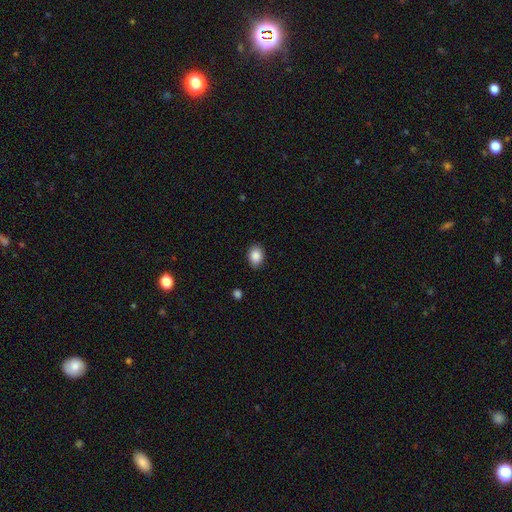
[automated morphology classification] A smooth galaxy with no disk features (88%) that is in between round and cigar-shaped (71%).

Vote fractions:
- Smooth or featured? smooth: 88% / star or artifact: 8% / featured or disk: 4%
- How rounded? in between: 71% / round: 28% / cigar-shaped: 1%
- Merging? none: 86% / minor disturbance: 10% / major disturbance: 2% / merger: 1%